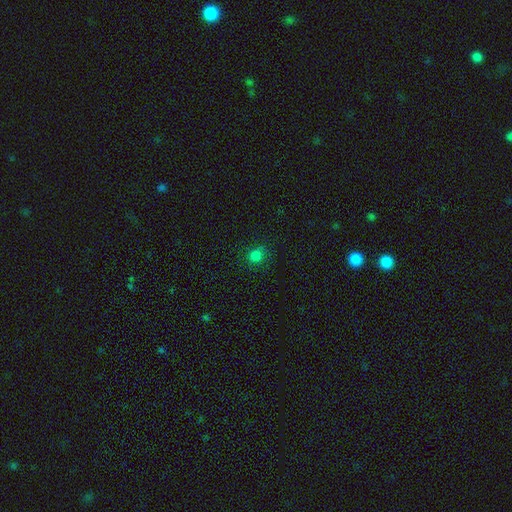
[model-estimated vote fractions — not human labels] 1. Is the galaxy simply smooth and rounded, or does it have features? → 79% smooth, 16% star or artifact, 4% featured or disk.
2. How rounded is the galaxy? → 87% round, 12% in between, 1% cigar-shaped.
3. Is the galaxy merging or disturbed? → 81% none, 13% minor disturbance, 4% major disturbance, 2% merger.